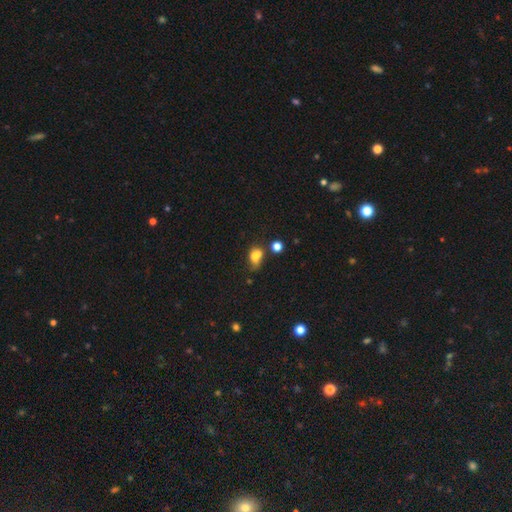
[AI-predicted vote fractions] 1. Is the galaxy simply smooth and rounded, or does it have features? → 73% smooth, 14% star or artifact, 13% featured or disk.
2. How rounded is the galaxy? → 68% in between, 29% round, 3% cigar-shaped.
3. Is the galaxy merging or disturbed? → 34% merger, 30% none, 21% minor disturbance, 15% major disturbance.